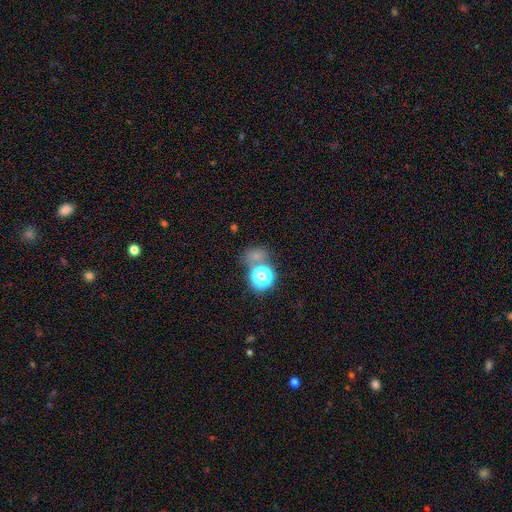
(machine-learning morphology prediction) This appears to be a smooth galaxy with no disk features (56%) that is round (64%). Merging: none (60%).